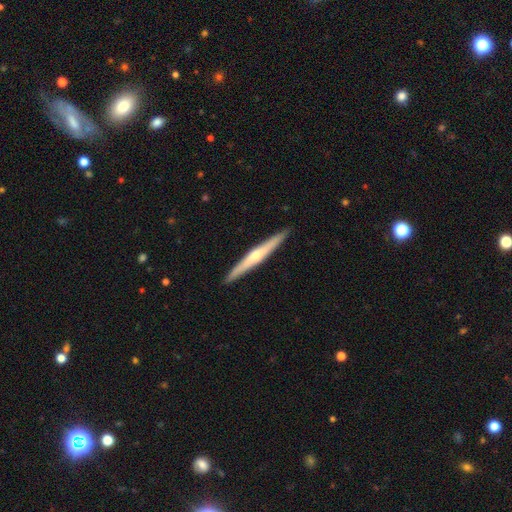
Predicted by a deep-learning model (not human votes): The model was most divided on "smooth or featured": featured or disk: 65%, smooth: 30%, star or artifact: 5%. More confident: edge-on disk — yes (98%); merging — none (92%); edge-on bulge — rounded (78%).